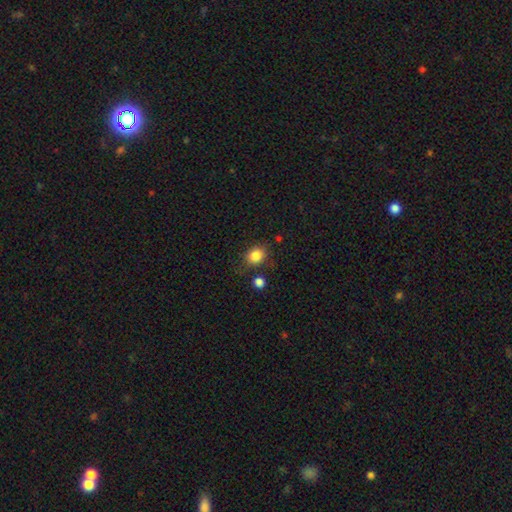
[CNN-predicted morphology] The model was most divided on "how rounded": round: 62%, in between: 37%, cigar-shaped: 1%. More confident: smooth or featured — smooth (84%); merging — none (73%).